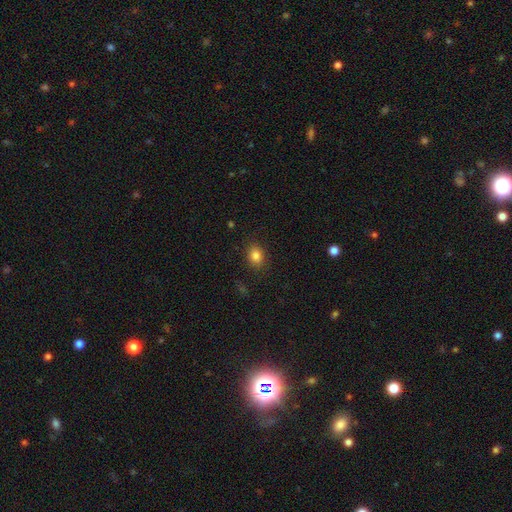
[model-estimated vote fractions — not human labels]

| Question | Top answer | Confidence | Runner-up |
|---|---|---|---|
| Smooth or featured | smooth | 84% | star or artifact (11%) |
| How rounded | in between | 57% | round (42%) |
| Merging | none | 87% | minor disturbance (9%) |